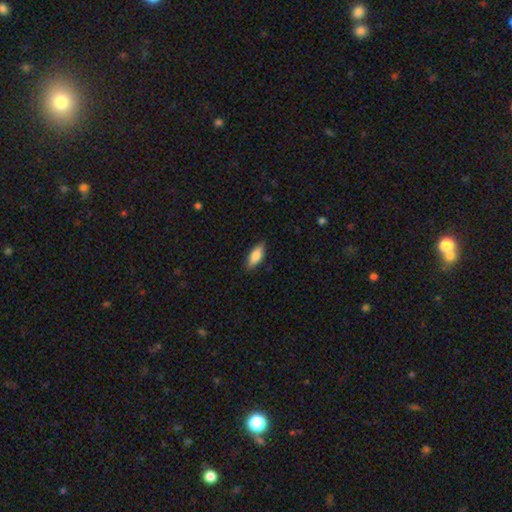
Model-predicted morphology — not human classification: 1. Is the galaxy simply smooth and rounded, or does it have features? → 82% smooth, 12% featured or disk, 6% star or artifact.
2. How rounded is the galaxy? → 80% in between, 18% cigar-shaped, 2% round.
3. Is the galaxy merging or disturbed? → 85% none, 12% minor disturbance, 2% major disturbance, 1% merger.